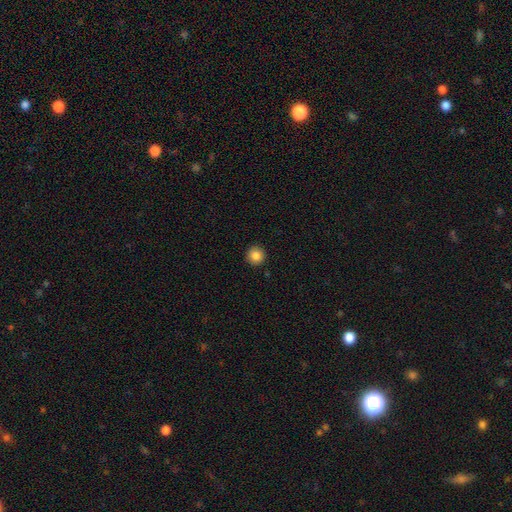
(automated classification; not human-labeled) Overall: smooth (85%). How rounded: round (95%). Merging: none (93%).